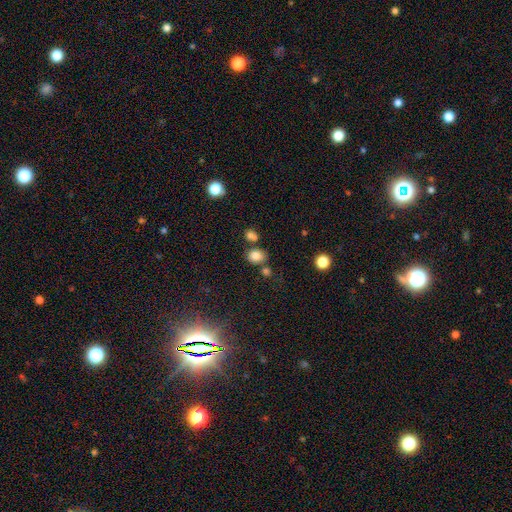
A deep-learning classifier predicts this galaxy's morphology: smooth 81%, star or artifact 12%, featured or disk 7%. Down the decision tree: how rounded — round (54%); merging — none (68%).